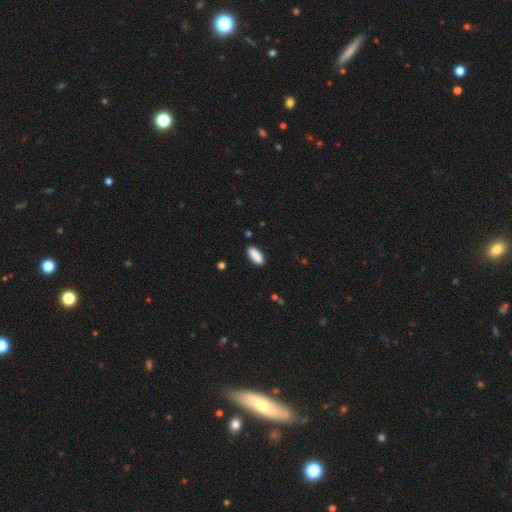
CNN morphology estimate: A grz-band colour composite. It shows a smooth galaxy with no disk features (90%) that is in between round and cigar-shaped (80%). Merging: none (88%).